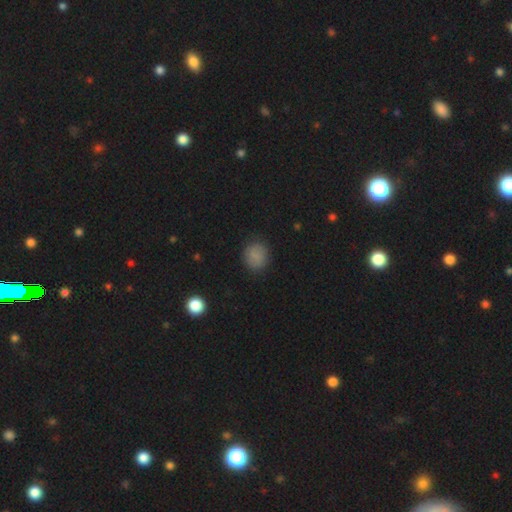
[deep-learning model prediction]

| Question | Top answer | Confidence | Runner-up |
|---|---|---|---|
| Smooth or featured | smooth | 84% | star or artifact (11%) |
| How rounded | round | 79% | in between (20%) |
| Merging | none | 86% | minor disturbance (10%) |